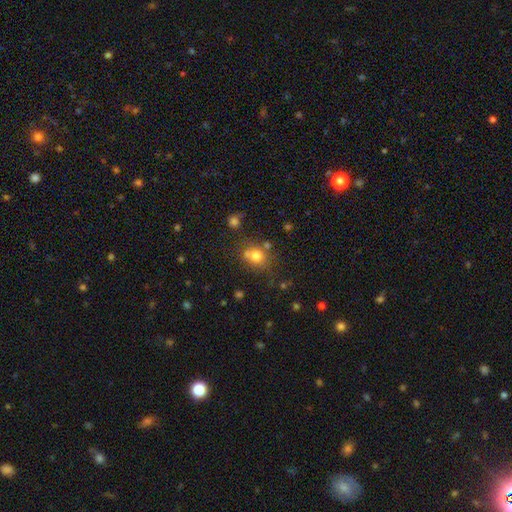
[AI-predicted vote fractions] Smooth or featured? Predicted: smooth (p=0.75). How rounded? Predicted: round (p=0.73). Merging? Predicted: none (p=0.61).